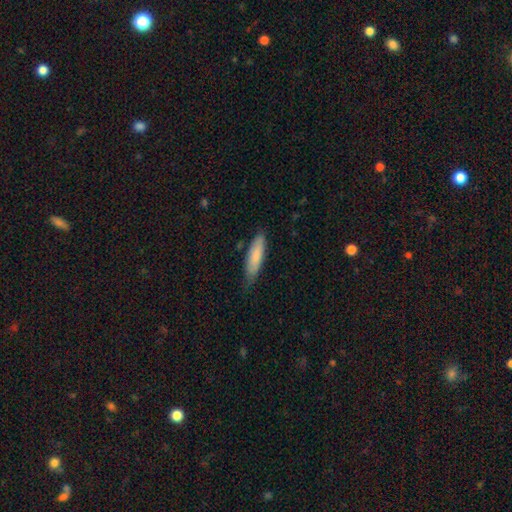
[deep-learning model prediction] smooth-or-featured: smooth: 81% | featured or disk: 14% | star or artifact: 5%
  how-rounded: cigar-shaped: 63% | in between: 36% | round: 1%
  merging: none: 73% | minor disturbance: 22% | major disturbance: 3% | merger: 2%